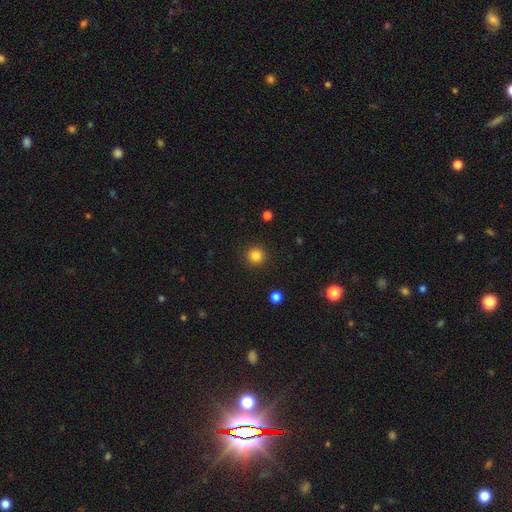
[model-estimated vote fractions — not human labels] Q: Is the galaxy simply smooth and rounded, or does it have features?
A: smooth — 84%.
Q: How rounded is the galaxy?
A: round — 95%.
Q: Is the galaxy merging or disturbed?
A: none — 92%.